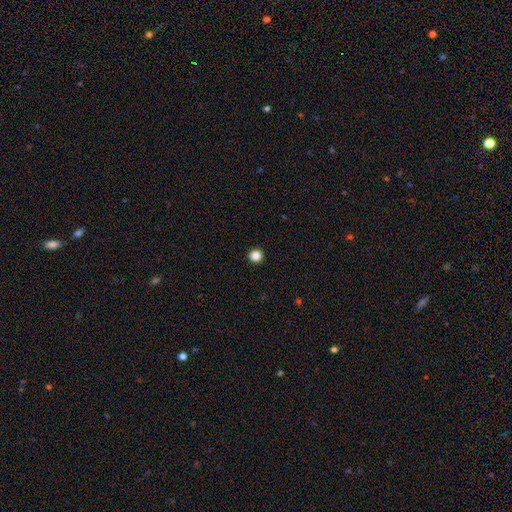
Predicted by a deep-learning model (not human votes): Smooth or featured? Predicted: smooth (p=0.86). How rounded? Predicted: round (p=0.92). Merging? Predicted: none (p=0.94).